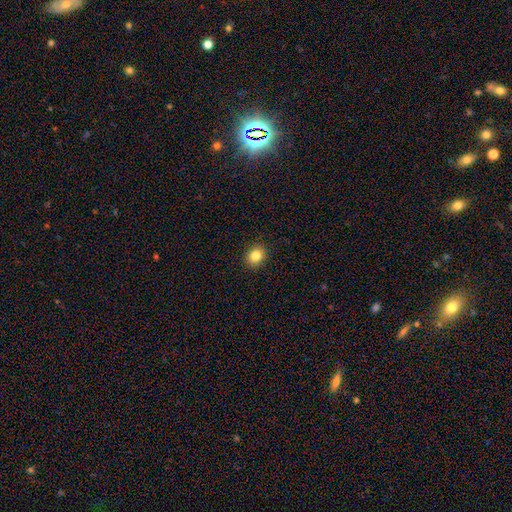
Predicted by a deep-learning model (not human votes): Overall: smooth (84%). How rounded: round (61%; in between 38%). Merging: none (90%).